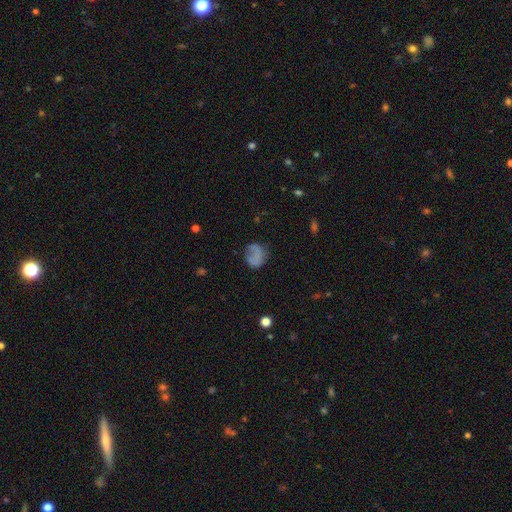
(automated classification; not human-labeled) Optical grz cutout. It shows a smooth galaxy with no disk features (65%) that is round (62%). Merging: none (48%).